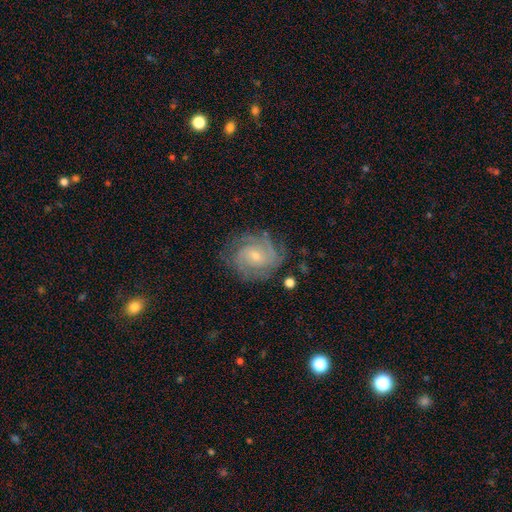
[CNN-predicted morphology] Q: Smooth or featured?
A: featured or disk (82%); runner-up: smooth (12%)
Q: Edge-on disk?
A: no (98%); runner-up: yes (2%)
Q: Bar?
A: no (58%); runner-up: weak (36%)
Q: Spiral arms?
A: yes (94%); runner-up: no (6%)
Q: Spiral winding?
A: tight (62%); runner-up: medium (31%)
Q: Spiral arm count?
A: can't tell (30%); runner-up: 2 (25%)
Q: Bulge size?
A: small (65%); runner-up: moderate (31%)
Q: Merging?
A: none (73%); runner-up: minor disturbance (17%)